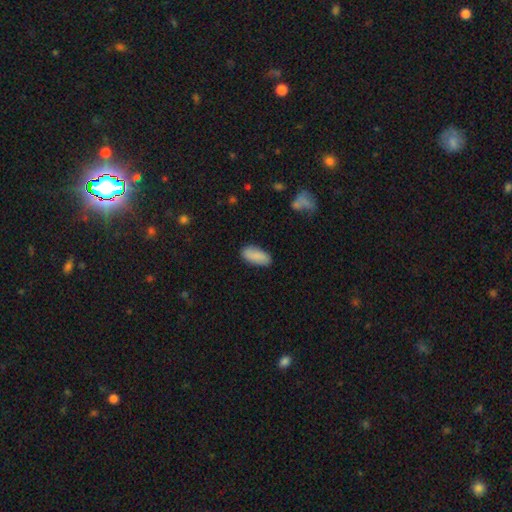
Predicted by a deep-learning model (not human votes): This is clearly a smooth galaxy (84%). How rounded: clearly in between (88%). Merging: clearly none (82%).